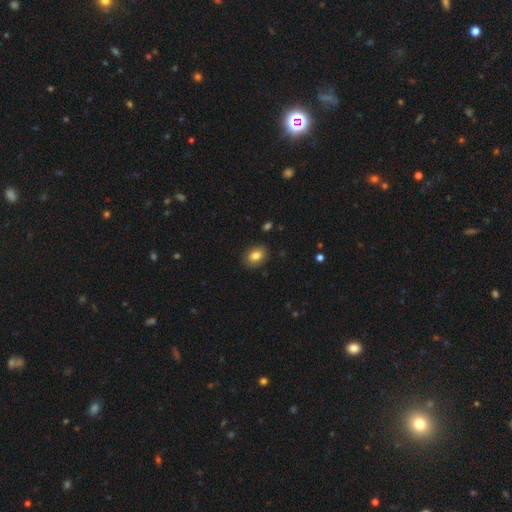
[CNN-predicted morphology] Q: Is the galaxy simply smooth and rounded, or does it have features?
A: smooth — 83%.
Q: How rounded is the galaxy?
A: in between — 69%.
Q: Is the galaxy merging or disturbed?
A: none — 88%.